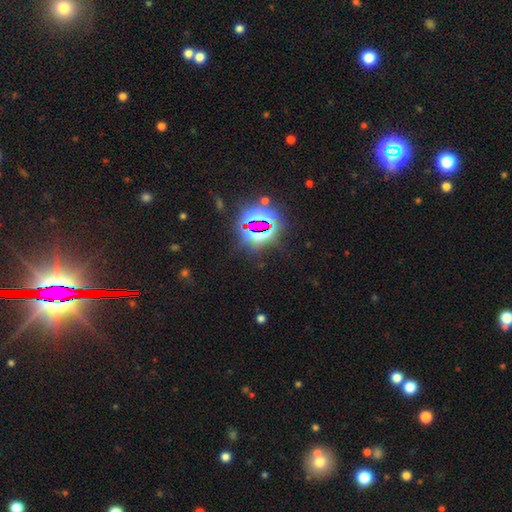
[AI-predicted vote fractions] The model was most divided on "smooth or featured": star or artifact: 84%, smooth: 9%, featured or disk: 8%.